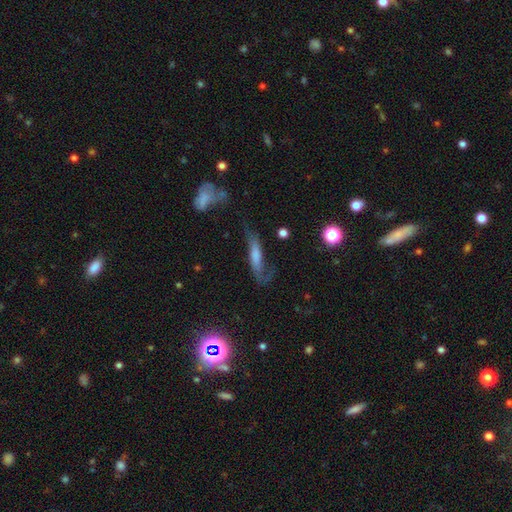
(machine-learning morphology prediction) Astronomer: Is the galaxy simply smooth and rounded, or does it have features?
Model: featured or disk — 48% (runner-up: smooth, 43%).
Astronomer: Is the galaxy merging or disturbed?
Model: none — 42% (runner-up: major disturbance, 29%).